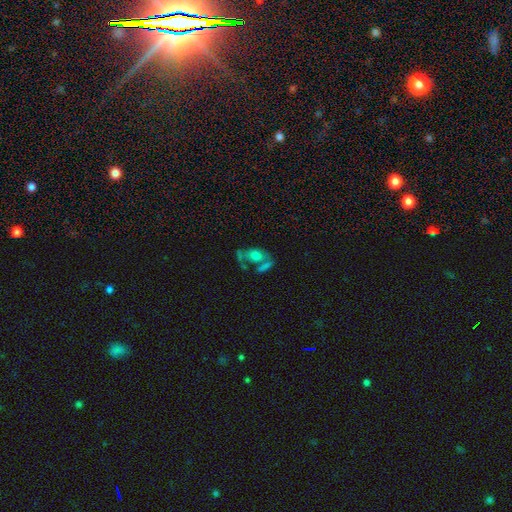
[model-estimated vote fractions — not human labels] Morphology: type=smooth (47%); merging=none (32%, tied with merger).